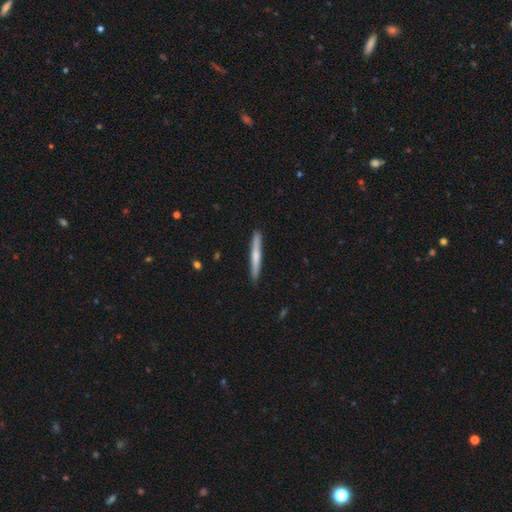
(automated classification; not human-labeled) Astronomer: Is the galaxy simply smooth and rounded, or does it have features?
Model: smooth — 60%.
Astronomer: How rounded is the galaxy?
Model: cigar-shaped — 96%.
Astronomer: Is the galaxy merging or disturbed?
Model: none — 91%.